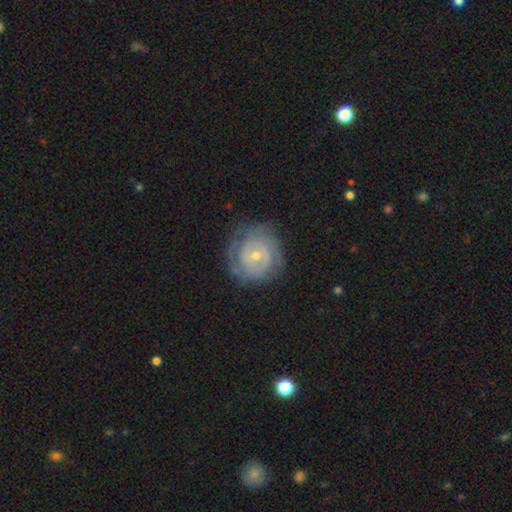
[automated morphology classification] Smooth or featured? featured or disk (72%)
Edge-on disk? no (97%)
Bar? no (67%)
Spiral arms? yes (81%)
Spiral winding? tight (71%)
Spiral arm count? can't tell (44%)
Bulge size? small (63%)
Merging? none (72%)